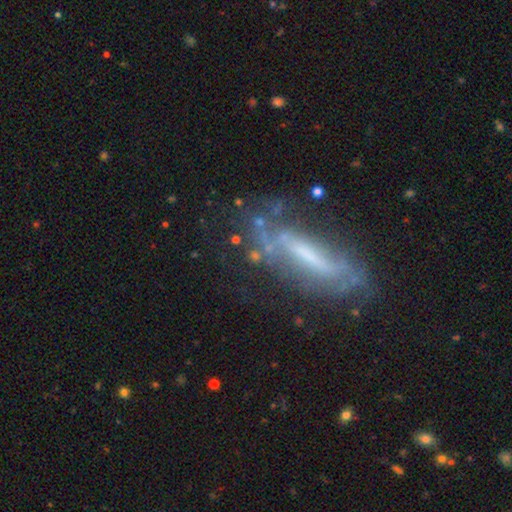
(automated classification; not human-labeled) This is possibly a featured or disk galaxy (55%). It is possibly not viewed edge-on (59%). Merging: possibly none (57%).